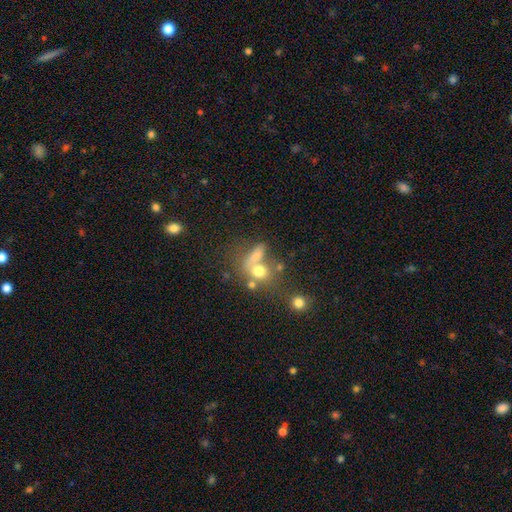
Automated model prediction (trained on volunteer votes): Smooth or featured? Predicted: smooth (p=0.67). How rounded? Predicted: in between (p=0.52). Merging? Predicted: merger (p=0.43).